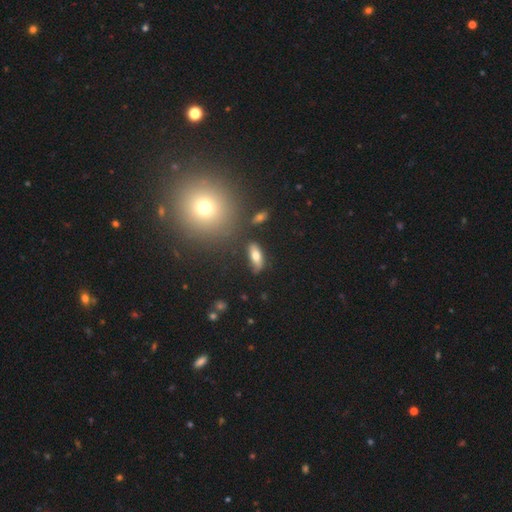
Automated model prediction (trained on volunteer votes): Smooth or featured?
  - smooth: 71% *
  - featured or disk: 20%
  - star or artifact: 9%
How rounded?
  - in between: 76% *
  - cigar-shaped: 20%
  - round: 4%
Merging?
  - none: 77% *
  - minor disturbance: 14%
  - major disturbance: 5%
  - merger: 4%